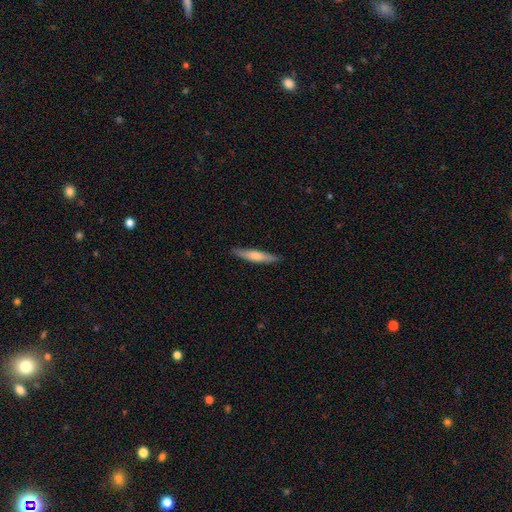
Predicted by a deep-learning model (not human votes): smooth-or-featured: smooth: 65% | featured or disk: 30% | star or artifact: 5%
  how-rounded: cigar-shaped: 88% | in between: 10% | round: 1%
  merging: none: 89% | minor disturbance: 9% | major disturbance: 2% | merger: 1%